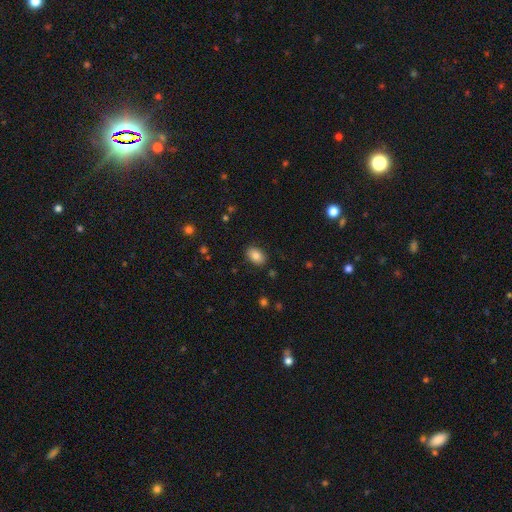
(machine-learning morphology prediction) smooth-or-featured: smooth: 83% | star or artifact: 9% | featured or disk: 8%
  how-rounded: in between: 85% | round: 14% | cigar-shaped: 1%
  merging: none: 86% | minor disturbance: 10% | major disturbance: 3% | merger: 1%